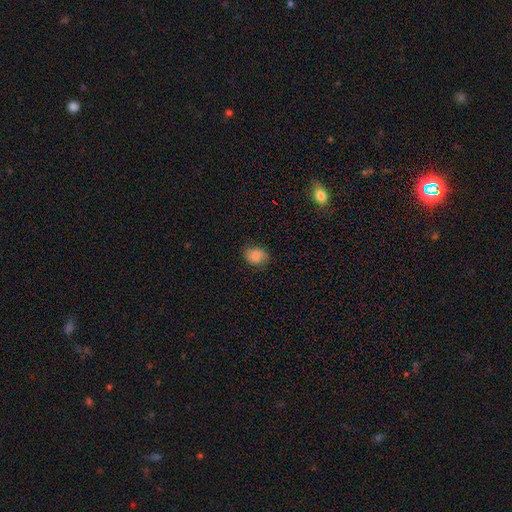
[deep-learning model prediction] smooth 80%, featured or disk 11%, star or artifact 9%. Down the decision tree: how rounded — round (52%); merging — none (80%).